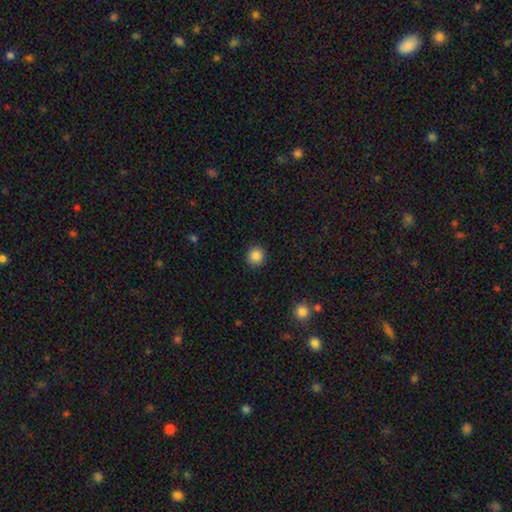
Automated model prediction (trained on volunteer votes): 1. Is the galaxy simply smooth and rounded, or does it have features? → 87% smooth, 10% star or artifact, 3% featured or disk.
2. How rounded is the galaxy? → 92% round, 7% in between, 1% cigar-shaped.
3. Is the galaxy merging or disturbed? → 91% none, 6% minor disturbance, 2% major disturbance, 1% merger.